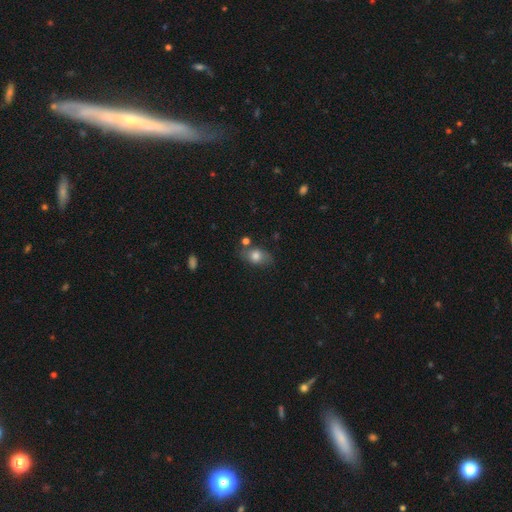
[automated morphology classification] The model was most divided on "merging": none: 66%, minor disturbance: 20%, merger: 8%, major disturbance: 6%. More confident: how rounded — in between (76%); smooth or featured — smooth (74%).